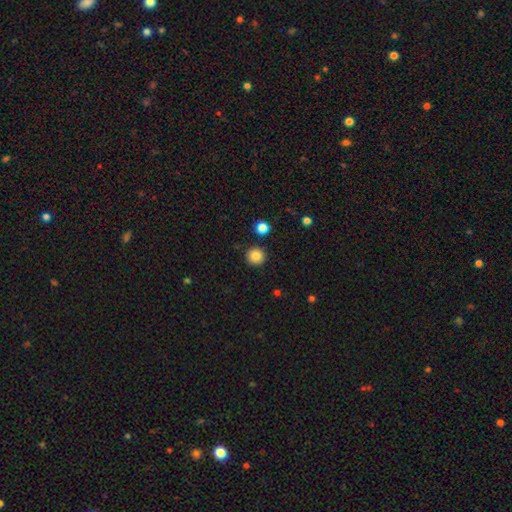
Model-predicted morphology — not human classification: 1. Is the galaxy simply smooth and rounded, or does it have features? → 85% smooth, 10% star or artifact, 5% featured or disk.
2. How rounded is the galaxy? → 95% round, 4% in between, 1% cigar-shaped.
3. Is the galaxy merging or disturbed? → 92% none, 5% minor disturbance, 2% merger, 2% major disturbance.